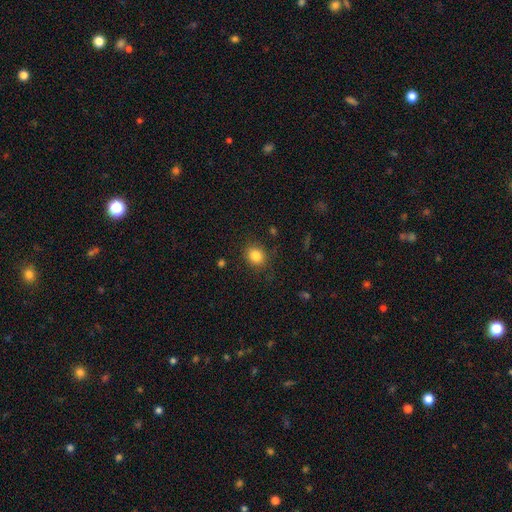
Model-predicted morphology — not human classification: smooth_or_featured: smooth (p=0.84) [alt: star or artifact p=0.11]
how_rounded: round (p=0.75) [alt: in between p=0.24]
merging: none (p=0.85) [alt: minor disturbance p=0.10]